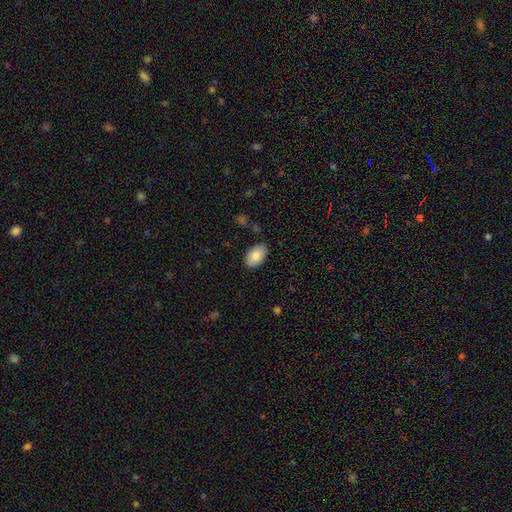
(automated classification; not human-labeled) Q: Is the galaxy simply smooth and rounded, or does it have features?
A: smooth — 85%.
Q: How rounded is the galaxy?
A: in between — 93%.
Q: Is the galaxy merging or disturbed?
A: none — 85%.